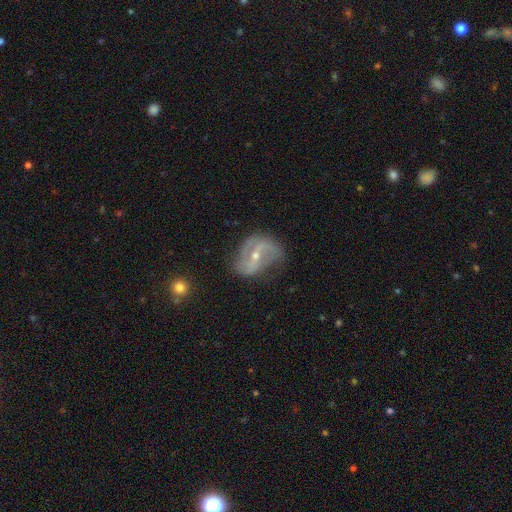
Q: Smooth or featured?
A: featured or disk (95%); runner-up: smooth (3%)
Q: Edge-on disk?
A: no (89%); runner-up: yes (11%)
Q: Bar?
A: strong (39%); tied with: weak (39%)
Q: Spiral arms?
A: yes (85%); runner-up: no (15%)
Q: Spiral winding?
A: loose (46%); runner-up: medium (36%)
Q: Spiral arm count?
A: 2 (64%); runner-up: 3 (18%)
Q: Bulge size?
A: moderate (55%); runner-up: small (42%)
Q: Merging?
A: none (37%); tied with: major disturbance (37%)